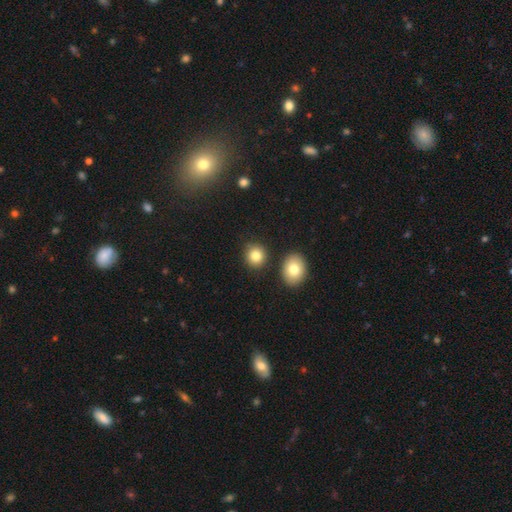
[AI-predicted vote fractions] Smooth or featured: smooth — 83% (star or artifact — 9%)
How rounded: round — 76% (in between — 23%)
Merging: none — 83% (minor disturbance — 8%)